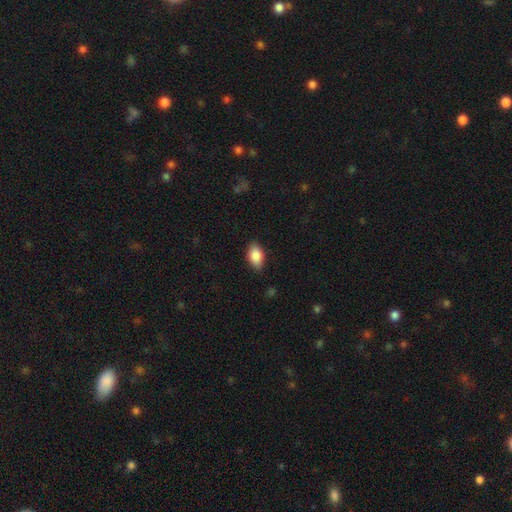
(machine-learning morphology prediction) A smooth galaxy with no disk features (87%) that is in between round and cigar-shaped (90%). Merging: none (82%).